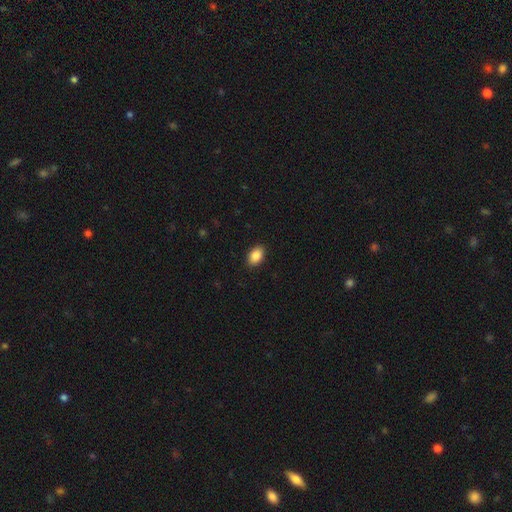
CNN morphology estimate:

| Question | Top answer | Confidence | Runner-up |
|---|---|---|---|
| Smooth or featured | smooth | 88% | star or artifact (8%) |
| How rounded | in between | 88% | round (11%) |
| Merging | none | 90% | minor disturbance (8%) |